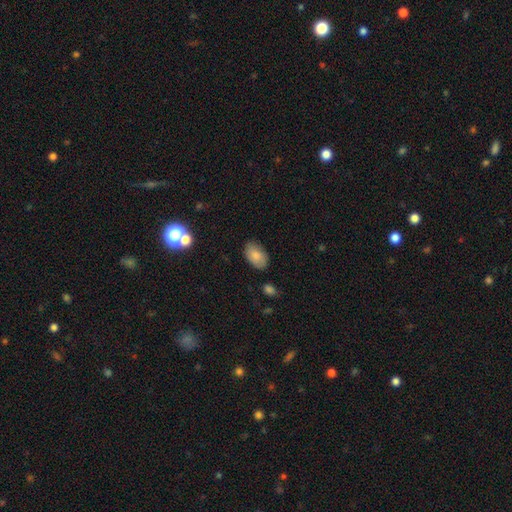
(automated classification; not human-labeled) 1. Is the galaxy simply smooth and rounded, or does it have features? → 83% smooth, 10% featured or disk, 7% star or artifact.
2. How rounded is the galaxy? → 91% in between, 8% round, 1% cigar-shaped.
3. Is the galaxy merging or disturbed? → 80% none, 15% minor disturbance, 3% major disturbance, 2% merger.